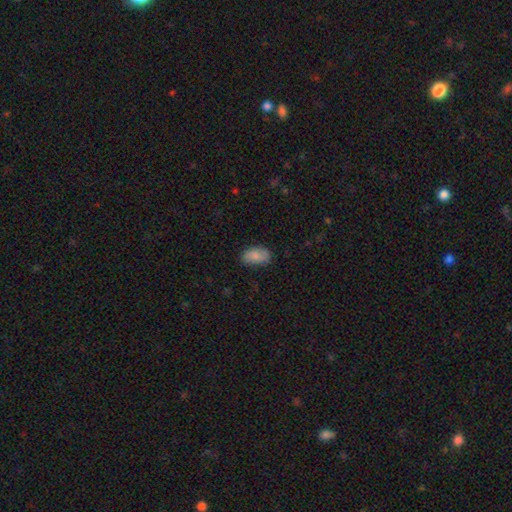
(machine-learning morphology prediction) type=smooth (81%); roundness=in between (93%); merging=none (79%).